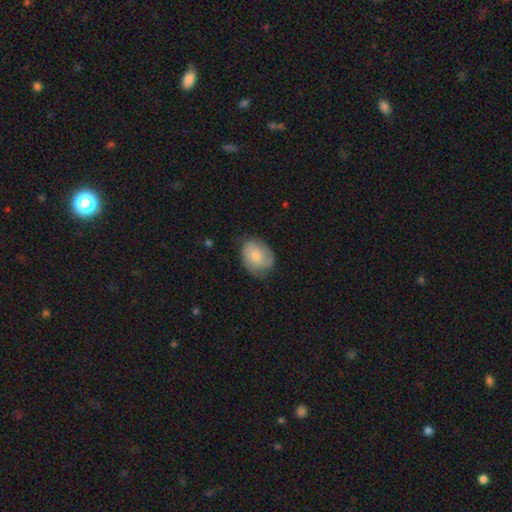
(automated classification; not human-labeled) smooth_or_featured: smooth (p=0.58) [alt: featured or disk p=0.35]
how_rounded: in between (p=0.62) [alt: round p=0.37]
merging: none (p=0.66) [alt: minor disturbance p=0.26]